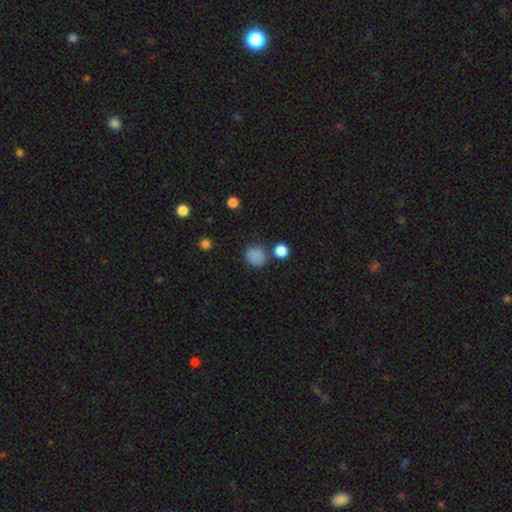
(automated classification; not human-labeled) smooth-or-featured: smooth: 83% | star or artifact: 12% | featured or disk: 4%
  how-rounded: round: 80% | in between: 19% | cigar-shaped: 1%
  merging: none: 74% | minor disturbance: 14% | merger: 8% | major disturbance: 4%